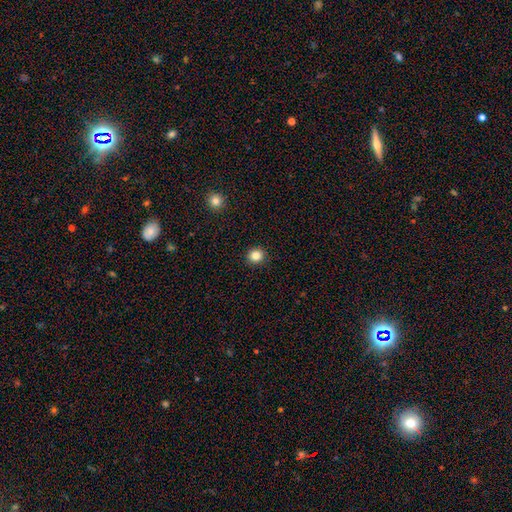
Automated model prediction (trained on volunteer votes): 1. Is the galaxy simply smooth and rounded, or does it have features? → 84% smooth, 12% star or artifact, 4% featured or disk.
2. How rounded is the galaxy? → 90% round, 9% in between, 1% cigar-shaped.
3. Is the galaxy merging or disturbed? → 92% none, 5% minor disturbance, 2% major disturbance, 1% merger.